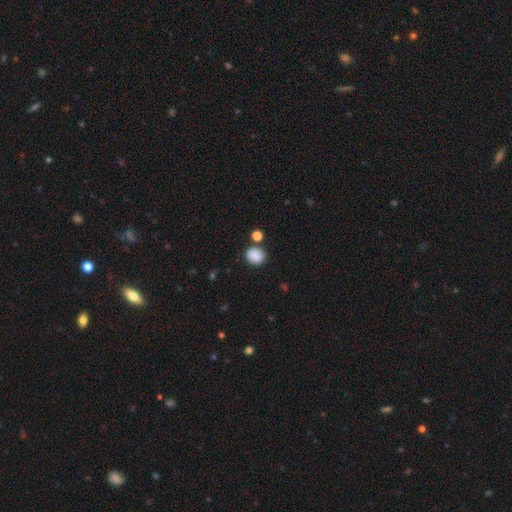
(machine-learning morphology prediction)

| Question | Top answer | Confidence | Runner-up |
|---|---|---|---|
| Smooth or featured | smooth | 86% | star or artifact (9%) |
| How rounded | round | 70% | in between (29%) |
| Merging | none | 76% | minor disturbance (12%) |